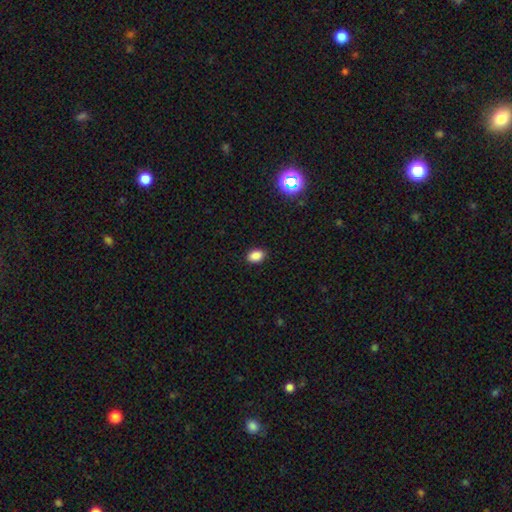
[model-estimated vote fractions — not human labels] This is clearly a smooth galaxy (87%). How rounded: likely in between (79%). Merging: clearly none (88%).